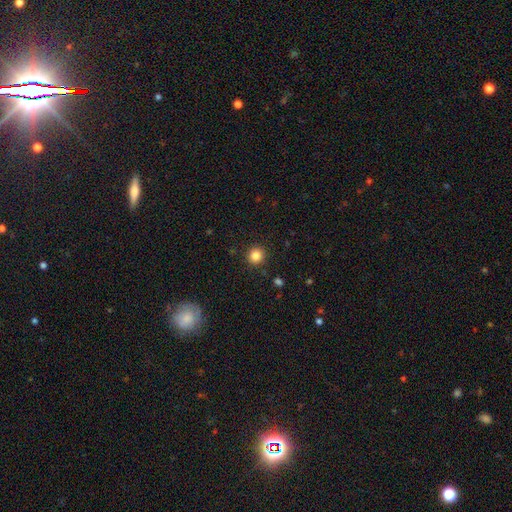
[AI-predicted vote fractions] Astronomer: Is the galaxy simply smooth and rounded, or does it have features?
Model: smooth — 84%.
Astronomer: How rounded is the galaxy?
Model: round — 93%.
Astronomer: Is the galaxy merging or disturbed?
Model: none — 92%.